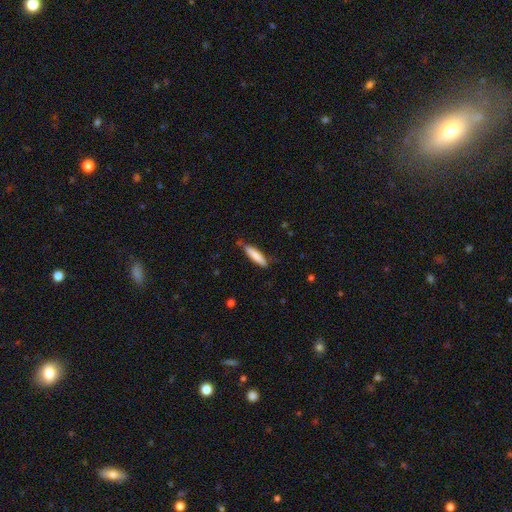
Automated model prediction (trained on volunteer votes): This is likely a smooth galaxy (79%). How rounded: clearly cigar-shaped (83%). Merging: likely none (75%).